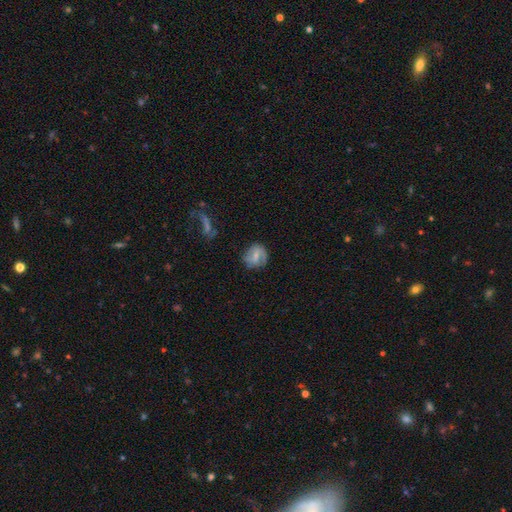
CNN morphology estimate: Overall: featured or disk (48%; smooth 43%). Merging: none (69%).